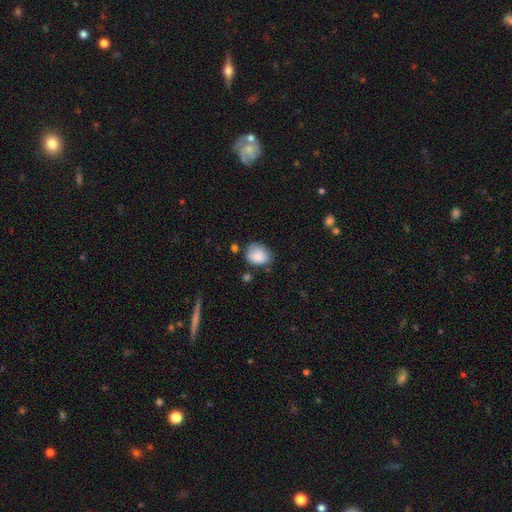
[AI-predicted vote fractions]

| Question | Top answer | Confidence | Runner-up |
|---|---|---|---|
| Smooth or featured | smooth | 86% | star or artifact (8%) |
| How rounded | in between | 61% | round (38%) |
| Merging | none | 60% | minor disturbance (28%) |